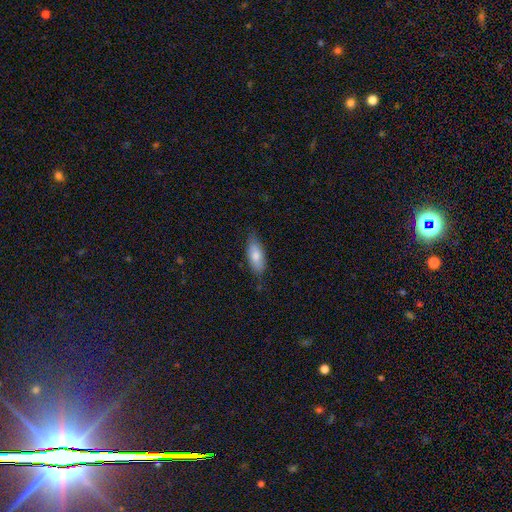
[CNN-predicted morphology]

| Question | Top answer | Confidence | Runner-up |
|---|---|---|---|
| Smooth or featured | smooth | 76% | featured or disk (18%) |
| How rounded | in between | 82% | cigar-shaped (16%) |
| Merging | none | 75% | minor disturbance (20%) |